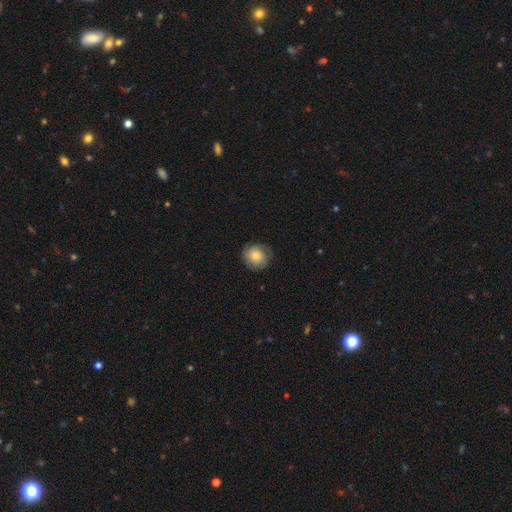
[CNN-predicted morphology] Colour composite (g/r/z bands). It shows a smooth galaxy with no disk features (70%) that is round (89%). Merging: none (77%).